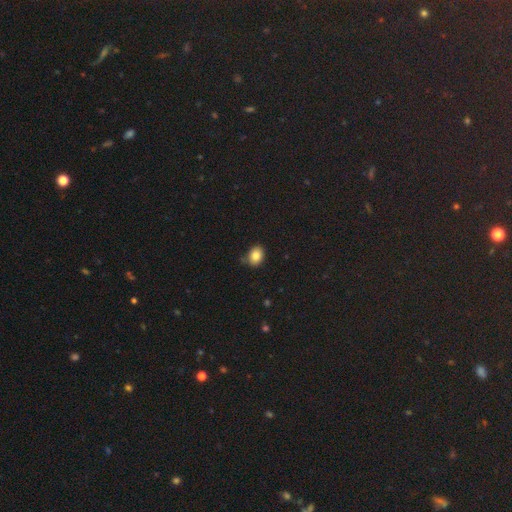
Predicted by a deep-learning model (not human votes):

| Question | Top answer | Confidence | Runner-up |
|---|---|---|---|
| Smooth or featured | smooth | 83% | star or artifact (10%) |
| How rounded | in between | 54% | round (45%) |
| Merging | none | 73% | minor disturbance (20%) |